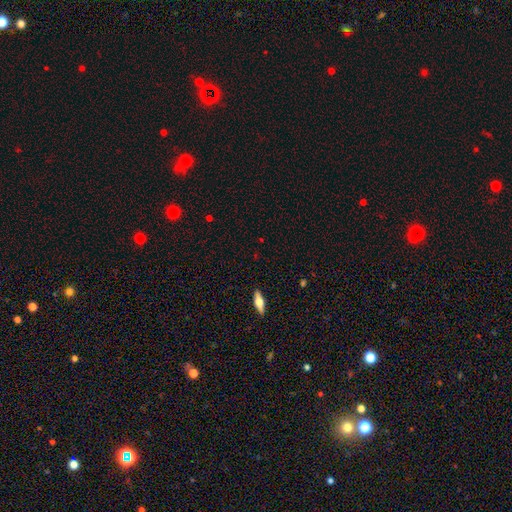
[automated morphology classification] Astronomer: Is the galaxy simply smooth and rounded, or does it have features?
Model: smooth — 47% (runner-up: featured or disk, 28%).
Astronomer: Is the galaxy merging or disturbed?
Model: none — 87%.